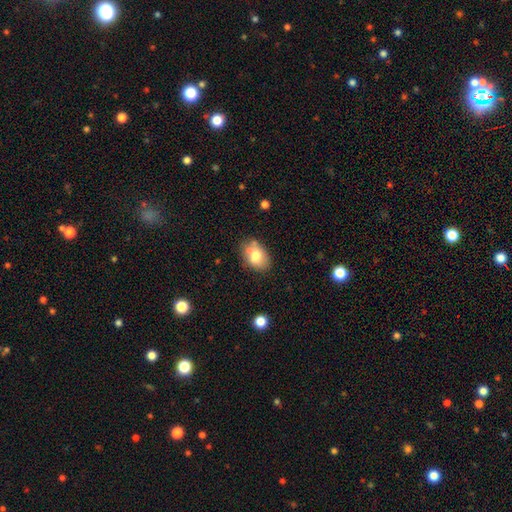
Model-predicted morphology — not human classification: smooth-or-featured: smooth: 73% | featured or disk: 18% | star or artifact: 9%
  how-rounded: in between: 77% | round: 22% | cigar-shaped: 1%
  merging: none: 64% | minor disturbance: 21% | merger: 11% | major disturbance: 5%